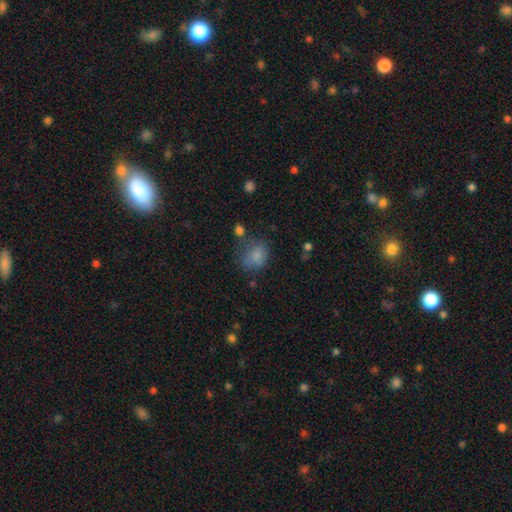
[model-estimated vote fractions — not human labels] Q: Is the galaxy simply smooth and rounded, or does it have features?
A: smooth — 78%.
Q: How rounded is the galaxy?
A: in between — 51%.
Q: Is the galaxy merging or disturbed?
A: none — 49%.